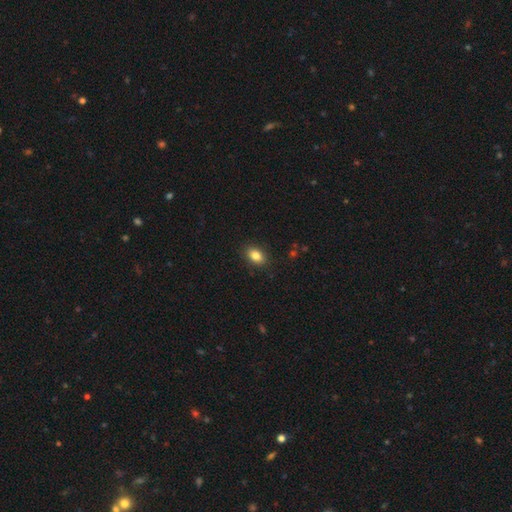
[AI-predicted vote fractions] A smooth galaxy with no disk features (84%) that is in between round and cigar-shaped (82%). Merging: none (88%).